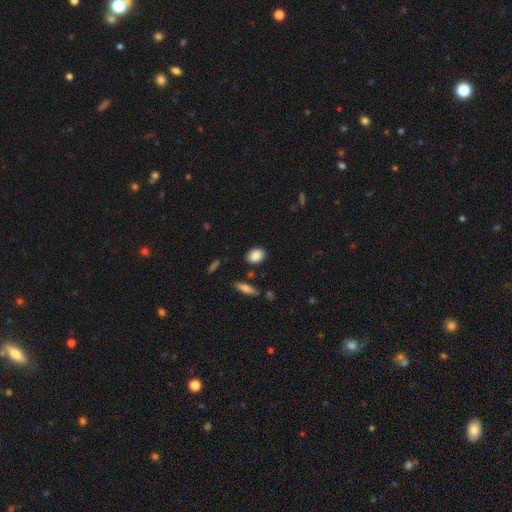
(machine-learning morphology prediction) Smooth or featured?
  - smooth: 87% *
  - star or artifact: 7%
  - featured or disk: 6%
How rounded?
  - in between: 71% *
  - round: 27%
  - cigar-shaped: 2%
Merging?
  - none: 84% *
  - minor disturbance: 10%
  - merger: 3%
  - major disturbance: 3%